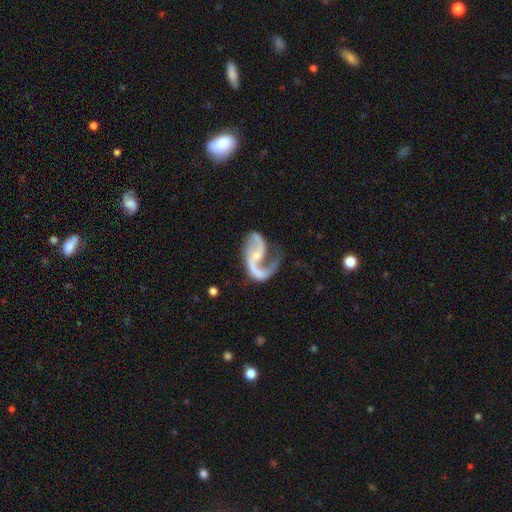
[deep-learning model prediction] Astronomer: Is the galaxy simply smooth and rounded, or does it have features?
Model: featured or disk — 90%.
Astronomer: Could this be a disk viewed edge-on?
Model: no — 98%.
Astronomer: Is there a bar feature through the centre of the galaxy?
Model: no — 46% (runner-up: weak, 36%).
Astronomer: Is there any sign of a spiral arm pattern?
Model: yes — 96%.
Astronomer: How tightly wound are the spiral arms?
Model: loose — 62%.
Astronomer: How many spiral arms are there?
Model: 2 — 79%.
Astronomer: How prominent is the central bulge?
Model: small — 66%.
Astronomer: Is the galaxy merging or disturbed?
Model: none — 46% (runner-up: major disturbance, 28%).